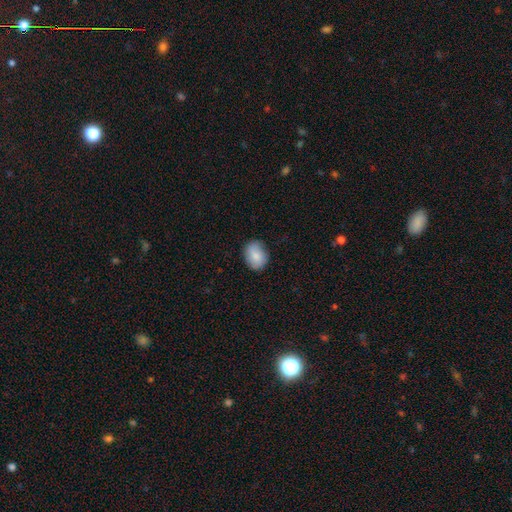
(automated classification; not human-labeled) Morphology: type=smooth (84%); roundness=in between (62%); merging=none (78%).